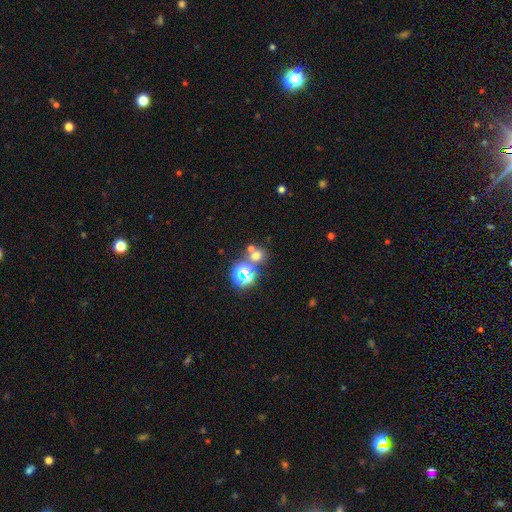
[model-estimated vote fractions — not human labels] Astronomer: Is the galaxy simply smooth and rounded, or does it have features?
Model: smooth — 59%.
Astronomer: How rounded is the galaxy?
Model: round — 81%.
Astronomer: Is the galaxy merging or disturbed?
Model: none — 61%.